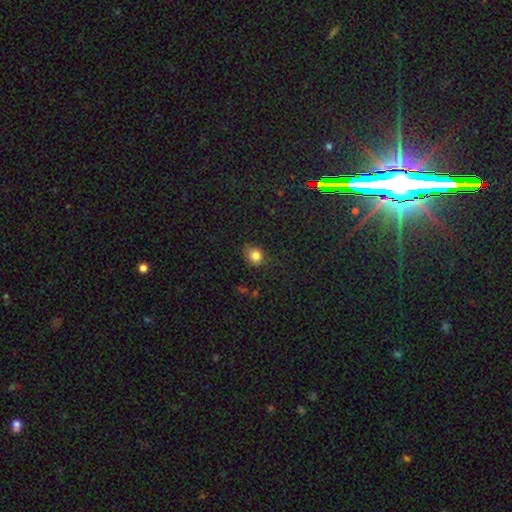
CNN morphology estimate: Overall: smooth (82%). How rounded: round (63%; in between 36%). Merging: none (71%).